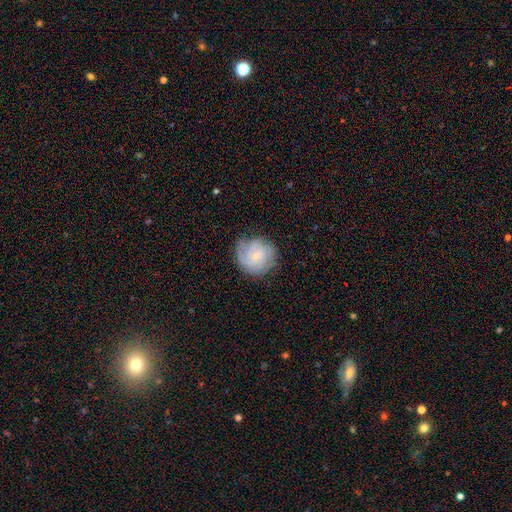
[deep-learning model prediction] smooth-or-featured: featured or disk: 69% | smooth: 24% | star or artifact: 7%
  disk-edge-on: no: 98% | yes: 2%
    bar: no: 64% | weak: 31% | strong: 4%
    has-spiral-arms: yes: 93% | no: 7%
      spiral-winding: tight: 62% | medium: 30% | loose: 8%
      spiral-arm-count: can't tell: 33% | 3: 25% | 2: 17% | 4: 12% | 1: 6% | more than 4: 6%
    bulge-size: small: 76% | moderate: 18% | none: 4% | large: 1% | dominant: 1%
  merging: none: 76% | minor disturbance: 17% | major disturbance: 6% | merger: 1%